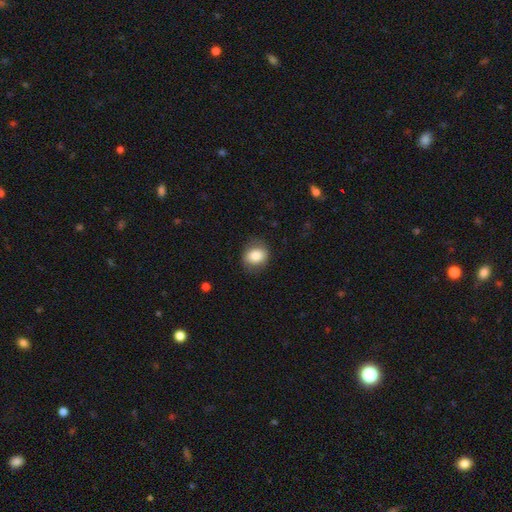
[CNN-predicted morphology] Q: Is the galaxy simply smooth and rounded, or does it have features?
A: smooth — 80%.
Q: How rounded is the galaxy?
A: round — 58%.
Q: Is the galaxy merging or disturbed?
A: none — 79%.